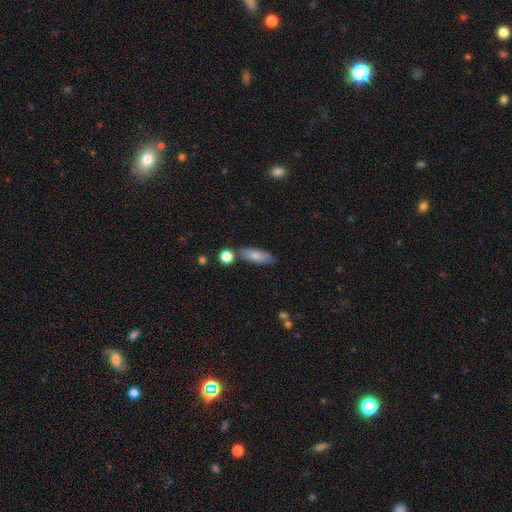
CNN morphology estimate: Smooth or featured?
  - smooth: 78% *
  - featured or disk: 15%
  - star or artifact: 7%
How rounded?
  - in between: 61% *
  - cigar-shaped: 36%
  - round: 3%
Merging?
  - none: 72% *
  - minor disturbance: 15%
  - merger: 10%
  - major disturbance: 4%